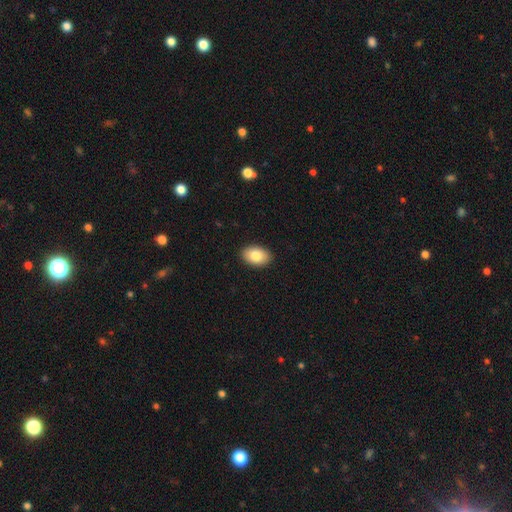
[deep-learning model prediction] The model was most divided on "smooth or featured": smooth: 83%, featured or disk: 10%, star or artifact: 7%. More confident: merging — none (91%); how rounded — in between (89%).